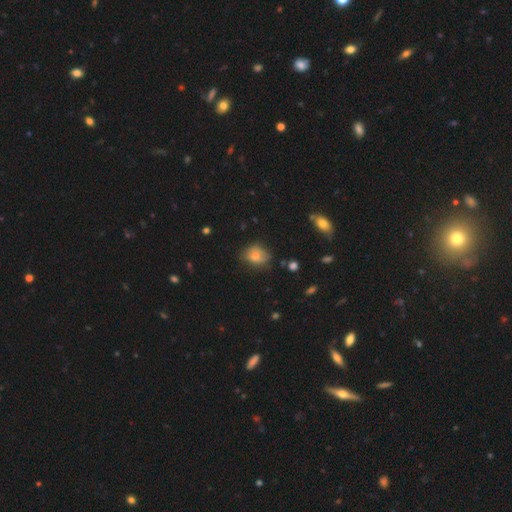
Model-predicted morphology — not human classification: Smooth or featured: smooth — 70% (featured or disk — 18%)
How rounded: in between — 51% (round — 48%)
Merging: none — 58% (minor disturbance — 31%)